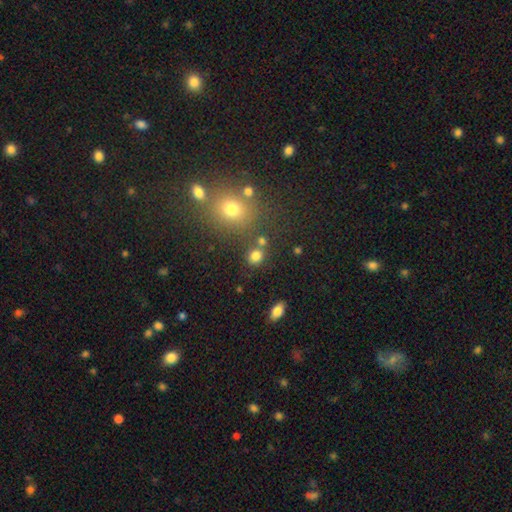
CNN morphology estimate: smooth-or-featured: smooth: 79% | star or artifact: 15% | featured or disk: 7%
  how-rounded: round: 70% | in between: 28% | cigar-shaped: 1%
  merging: none: 70% | merger: 15% | minor disturbance: 11% | major disturbance: 5%